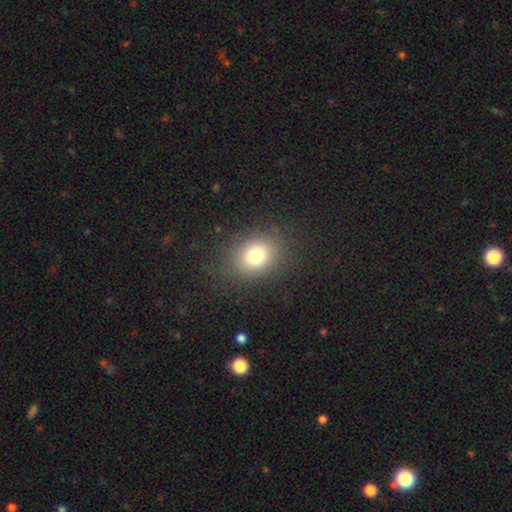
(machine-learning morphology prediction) Smooth or featured: smooth — 76% (star or artifact — 14%)
How rounded: round — 56% (in between — 43%)
Merging: none — 84% (minor disturbance — 10%)